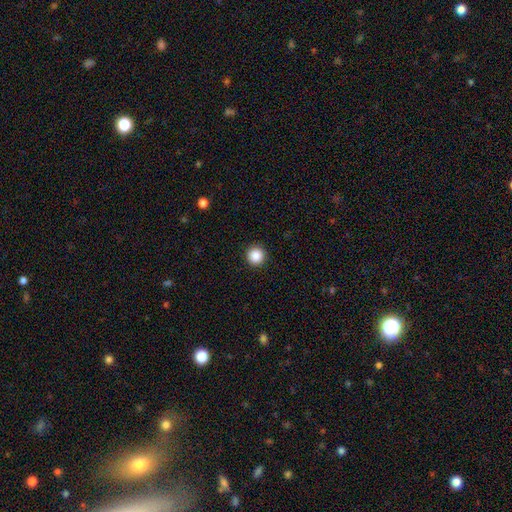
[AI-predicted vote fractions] A smooth galaxy with no disk features (88%) that is round (96%).

Vote fractions:
- Smooth or featured? smooth: 88% / star or artifact: 10% / featured or disk: 3%
- How rounded? round: 96% / in between: 3% / cigar-shaped: 1%
- Merging? none: 93% / minor disturbance: 4% / major disturbance: 2% / merger: 1%